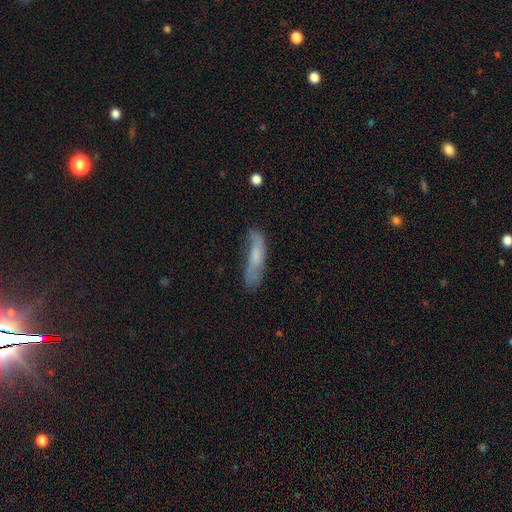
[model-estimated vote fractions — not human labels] Morphology: type=smooth (55%); roundness=cigar-shaped (73%); merging=none (53%).